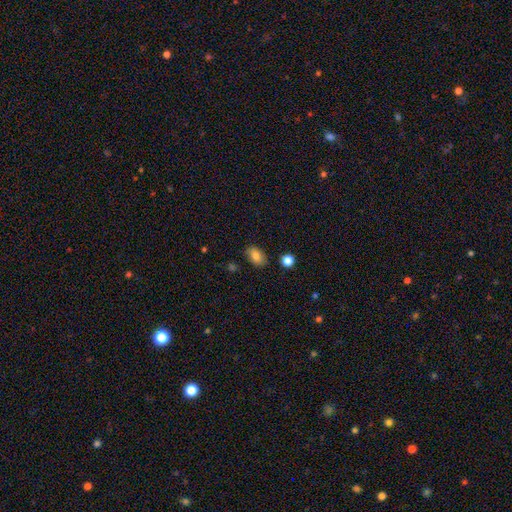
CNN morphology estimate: smooth-or-featured: smooth: 80% | featured or disk: 10% | star or artifact: 9%
  how-rounded: in between: 87% | round: 12% | cigar-shaped: 2%
  merging: none: 82% | minor disturbance: 13% | major disturbance: 3% | merger: 2%